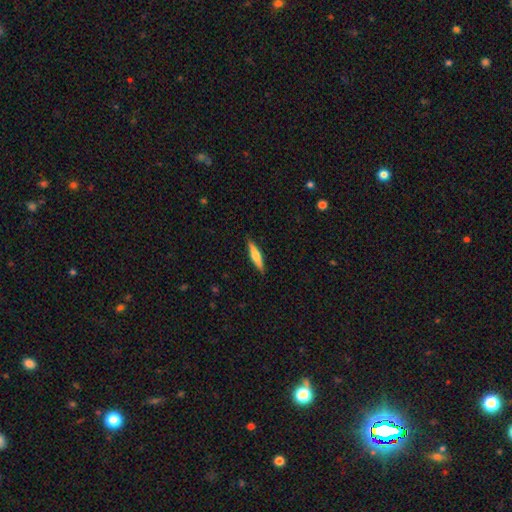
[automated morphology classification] Overall: smooth (61%; featured or disk 33%). How rounded: cigar-shaped (83%). Merging: none (89%).